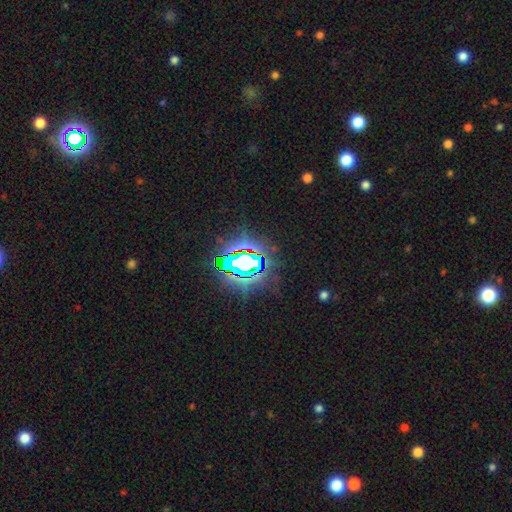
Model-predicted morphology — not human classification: Smooth or featured? Predicted: star or artifact (p=0.82).